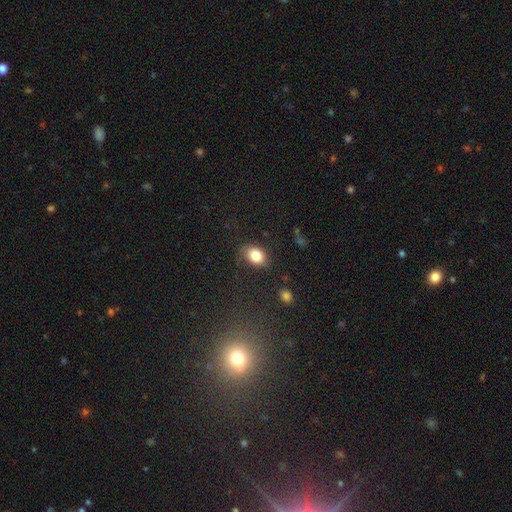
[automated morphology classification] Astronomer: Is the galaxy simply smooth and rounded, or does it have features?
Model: smooth — 83%.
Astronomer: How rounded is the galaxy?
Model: in between — 70%.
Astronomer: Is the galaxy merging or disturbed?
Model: none — 70%.